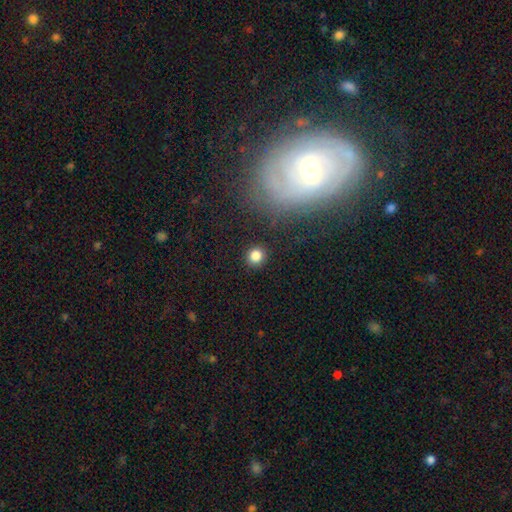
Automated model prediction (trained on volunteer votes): A smooth galaxy with no disk features (83%) that is round (90%). Merging: none (90%).